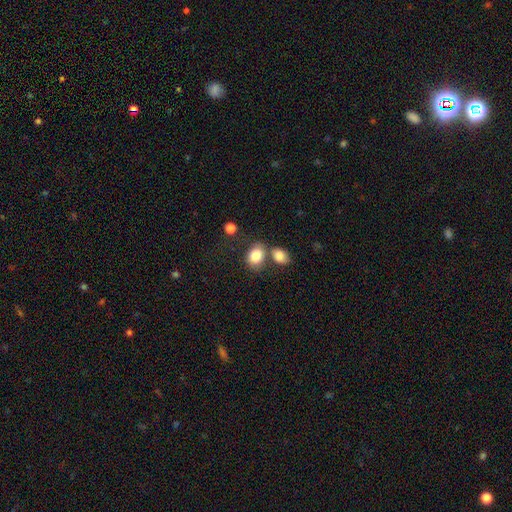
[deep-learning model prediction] A smooth galaxy with no disk features (84%) that is in between round and cigar-shaped (62%). Merging: none (51%).